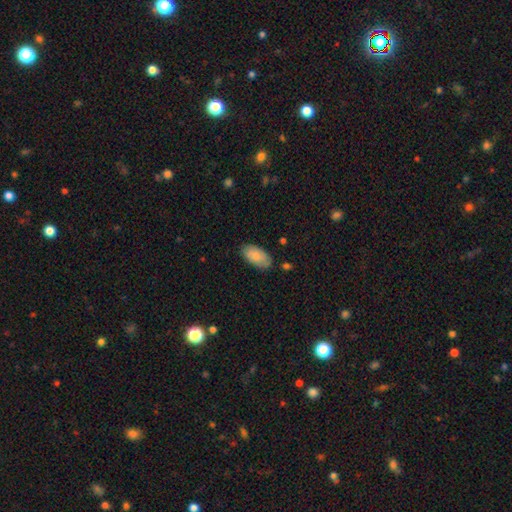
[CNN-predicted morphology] smooth-or-featured: smooth: 84% | featured or disk: 10% | star or artifact: 6%
  how-rounded: in between: 95% | cigar-shaped: 3% | round: 2%
  merging: none: 81% | minor disturbance: 14% | major disturbance: 3% | merger: 2%